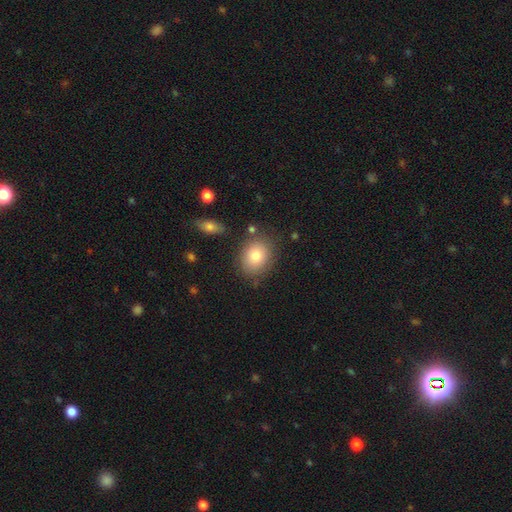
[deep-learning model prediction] Morphology: type=smooth (80%); roundness=round (51%); merging=none (79%).